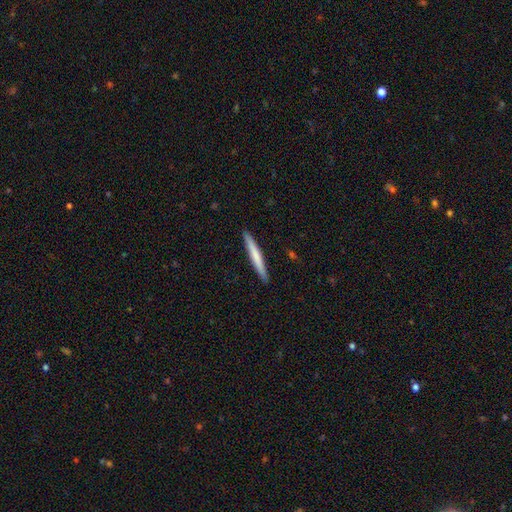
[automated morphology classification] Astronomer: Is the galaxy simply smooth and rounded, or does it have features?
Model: smooth — 65%.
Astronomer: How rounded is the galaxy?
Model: cigar-shaped — 96%.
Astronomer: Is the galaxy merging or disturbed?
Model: none — 92%.